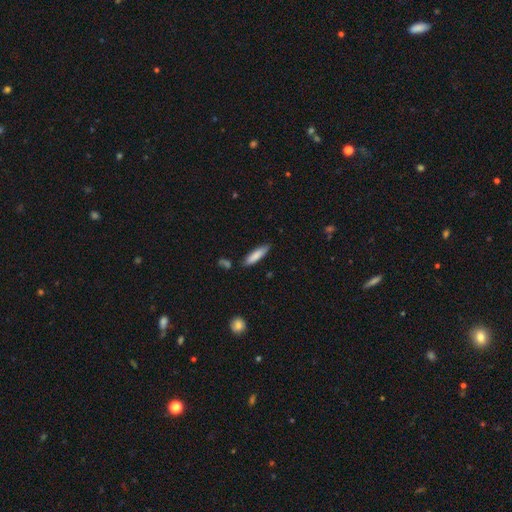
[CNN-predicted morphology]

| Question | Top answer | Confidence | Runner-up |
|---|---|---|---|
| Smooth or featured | smooth | 82% | featured or disk (12%) |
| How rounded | cigar-shaped | 76% | in between (23%) |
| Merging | none | 82% | minor disturbance (12%) |